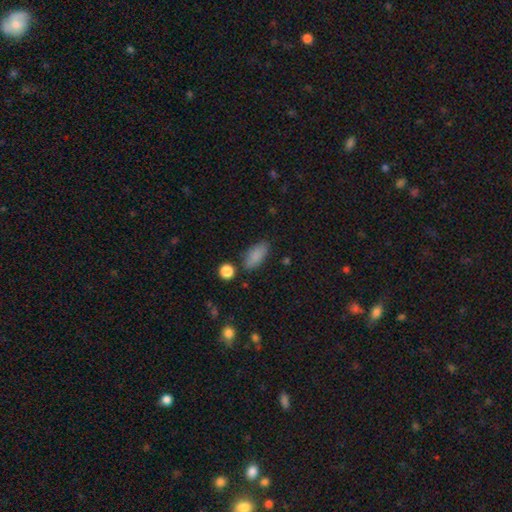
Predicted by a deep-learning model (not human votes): Morphology: type=smooth (85%); roundness=in between (87%); merging=none (77%).